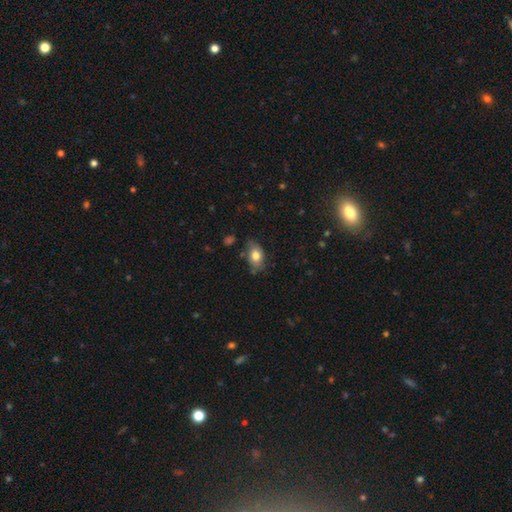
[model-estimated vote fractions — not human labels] Q: Smooth or featured?
A: smooth (77%); runner-up: featured or disk (15%)
Q: How rounded?
A: in between (85%); runner-up: round (13%)
Q: Merging?
A: none (67%); runner-up: minor disturbance (25%)